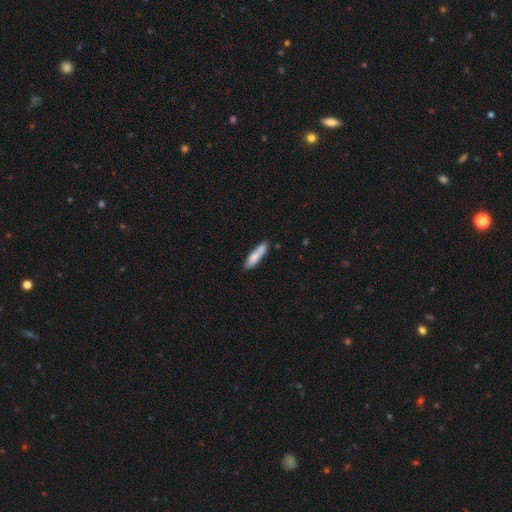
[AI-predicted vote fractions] Smooth or featured? Predicted: smooth (p=0.80). How rounded? Predicted: cigar-shaped (p=0.81). Merging? Predicted: none (p=0.76).